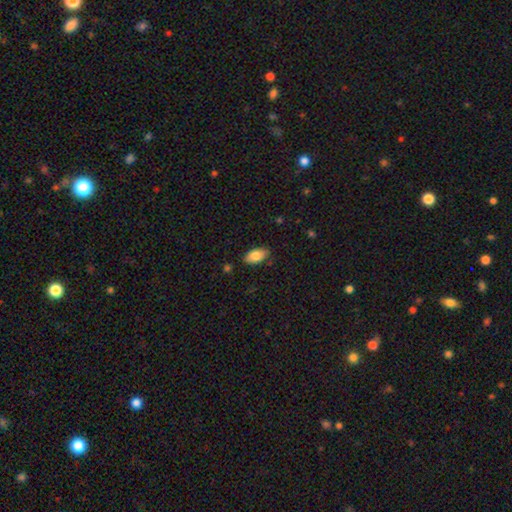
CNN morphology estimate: A smooth galaxy with no disk features (81%) that is in between round and cigar-shaped (93%).

Vote fractions:
- Smooth or featured? smooth: 81% / featured or disk: 12% / star or artifact: 7%
- How rounded? in between: 93% / round: 4% / cigar-shaped: 4%
- Merging? none: 84% / minor disturbance: 12% / major disturbance: 2% / merger: 1%